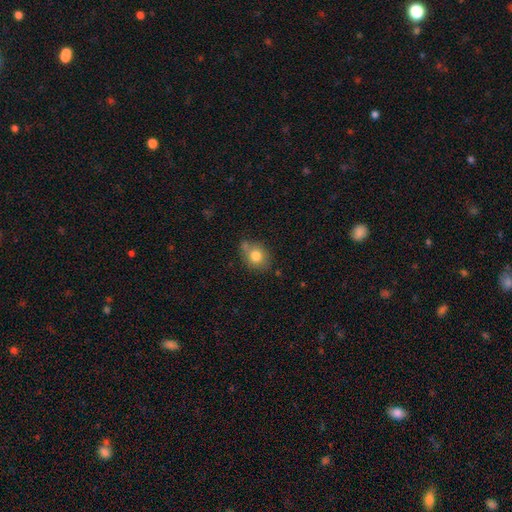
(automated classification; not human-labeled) smooth 79%, featured or disk 11%, star or artifact 10%. Down the decision tree: how rounded — round (54%); merging — none (61%).